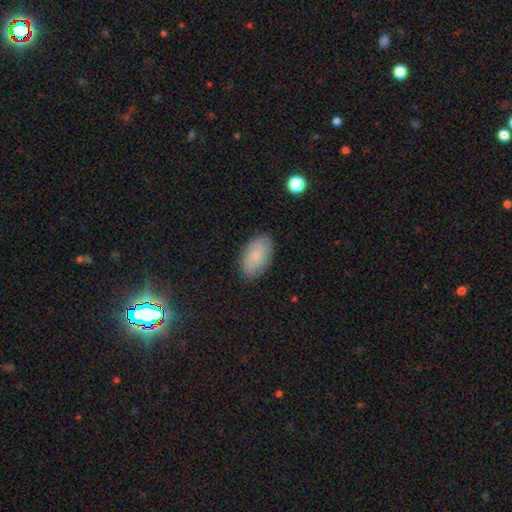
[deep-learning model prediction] smooth 79%, featured or disk 13%, star or artifact 8%. Down the decision tree: how rounded — in between (93%); merging — none (84%).